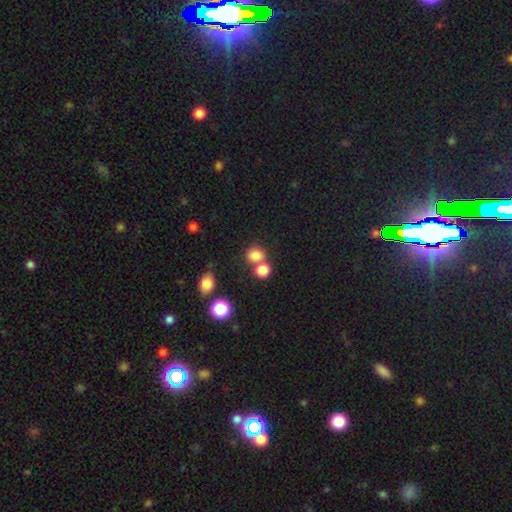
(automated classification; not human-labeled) This appears to be a smooth galaxy with no disk features (81%) that is round (63%). Merging: none (51%).